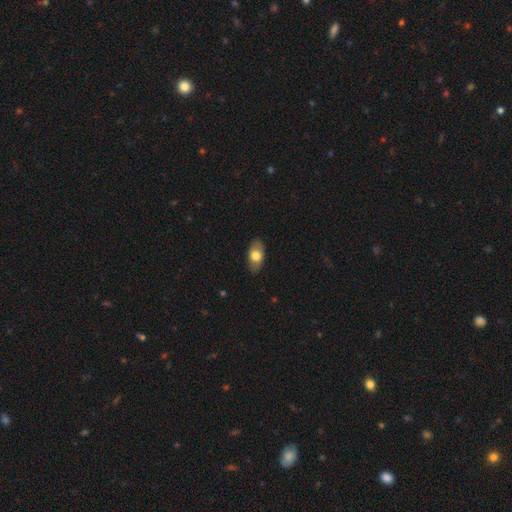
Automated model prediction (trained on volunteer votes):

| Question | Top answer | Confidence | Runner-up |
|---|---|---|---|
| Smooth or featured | smooth | 70% | featured or disk (23%) |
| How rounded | in between | 92% | round (6%) |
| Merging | none | 83% | minor disturbance (14%) |